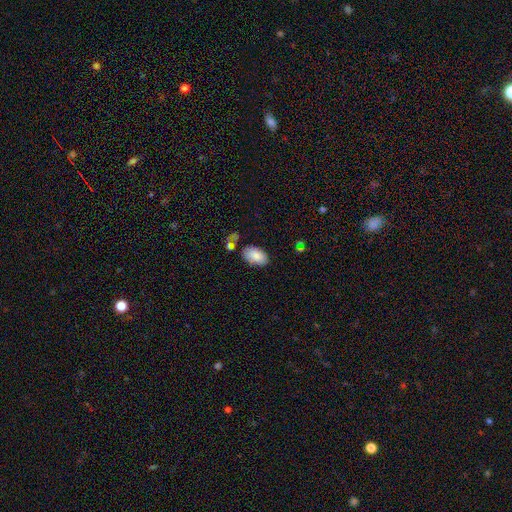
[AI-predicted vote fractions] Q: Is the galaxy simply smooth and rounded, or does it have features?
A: smooth — 86%.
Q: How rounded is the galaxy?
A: in between — 95%.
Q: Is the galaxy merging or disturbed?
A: none — 72%.